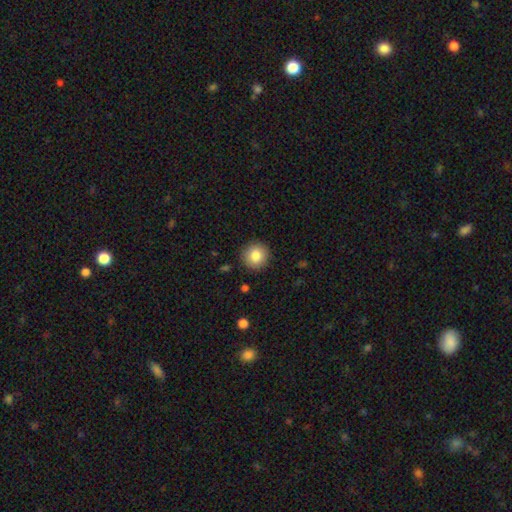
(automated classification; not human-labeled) Smooth or featured: smooth — 83% (star or artifact — 9%)
How rounded: round — 93% (in between — 6%)
Merging: none — 91% (minor disturbance — 6%)